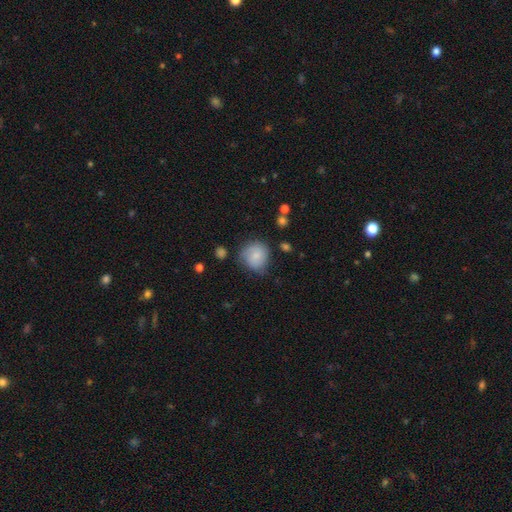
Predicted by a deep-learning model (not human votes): smooth 72%, featured or disk 21%, star or artifact 8%. Down the decision tree: how rounded — round (83%); merging — none (60%).